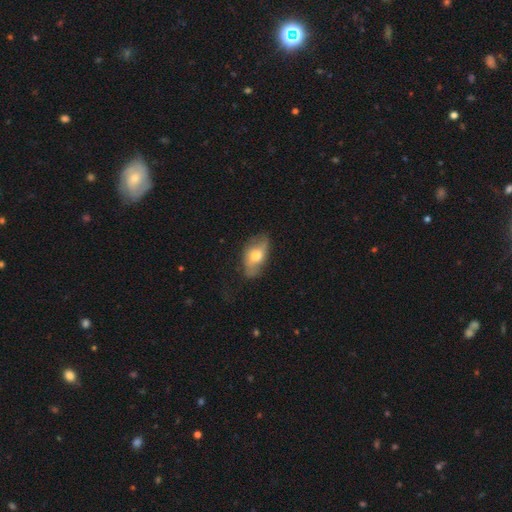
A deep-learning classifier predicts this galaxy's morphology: smooth-or-featured: smooth: 56% | featured or disk: 37% | star or artifact: 7%
  how-rounded: in between: 89% | round: 6% | cigar-shaped: 5%
  merging: none: 70% | minor disturbance: 22% | major disturbance: 6% | merger: 1%